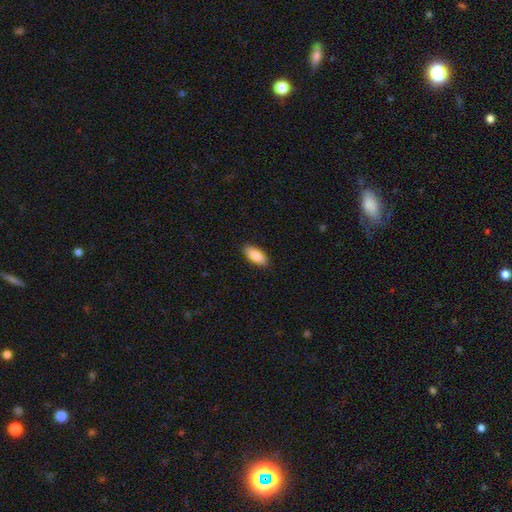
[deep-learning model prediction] This is clearly a smooth galaxy (87%). How rounded: clearly in between (82%). Merging: clearly none (89%).